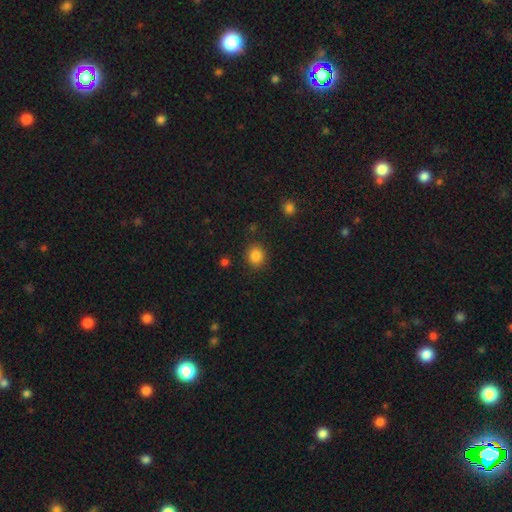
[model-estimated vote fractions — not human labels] smooth 85%, star or artifact 10%, featured or disk 5%. Down the decision tree: how rounded — round (74%); merging — none (87%).